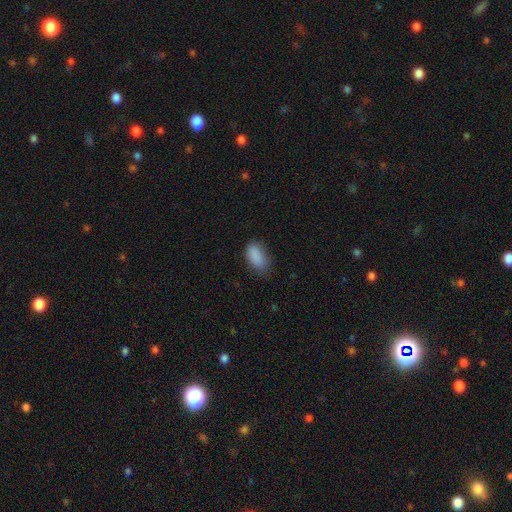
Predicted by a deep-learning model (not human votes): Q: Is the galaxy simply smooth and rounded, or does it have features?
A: smooth — 87%.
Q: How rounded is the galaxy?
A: in between — 92%.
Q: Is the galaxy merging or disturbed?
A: none — 65%.